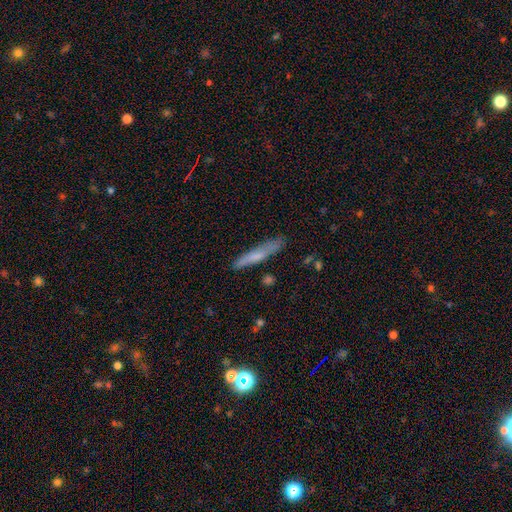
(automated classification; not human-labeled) smooth-or-featured: smooth: 62% | featured or disk: 31% | star or artifact: 7%
  how-rounded: cigar-shaped: 93% | in between: 6% | round: 2%
  merging: none: 82% | minor disturbance: 14% | major disturbance: 3% | merger: 2%